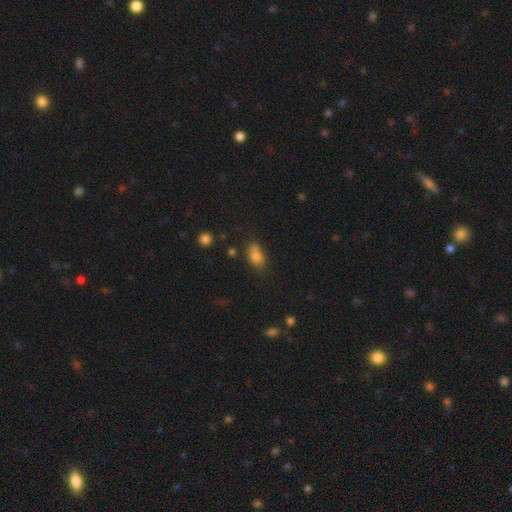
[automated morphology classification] This appears to be a smooth galaxy with no disk features (79%) that is in between round and cigar-shaped (80%). Merging: none (57%).